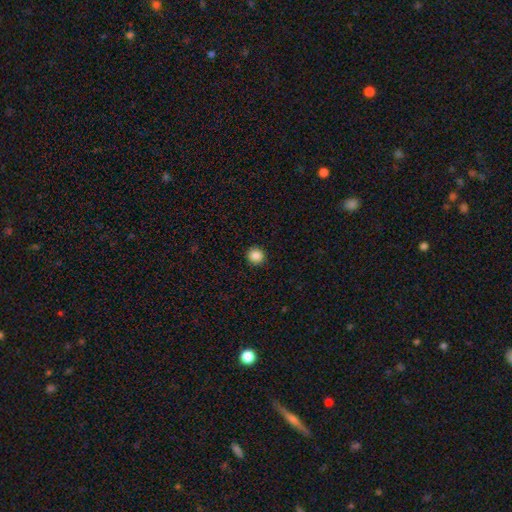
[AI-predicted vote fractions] smooth 87%, star or artifact 10%, featured or disk 3%. Down the decision tree: how rounded — round (91%); merging — none (92%).